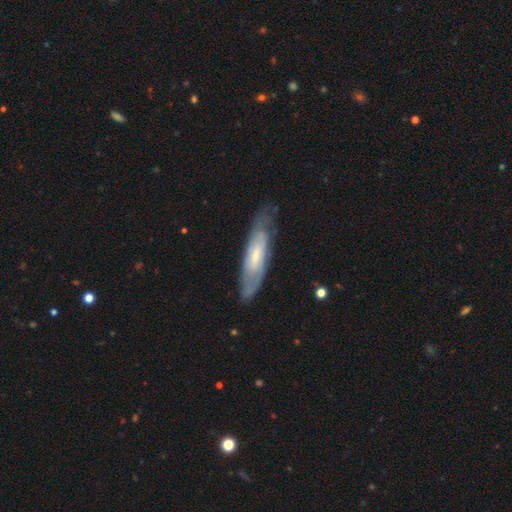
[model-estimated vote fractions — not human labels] Q: Smooth or featured?
A: featured or disk (59%); runner-up: smooth (35%)
Q: Edge-on disk?
A: no (64%); runner-up: yes (36%)
Q: Merging?
A: none (69%); runner-up: minor disturbance (21%)